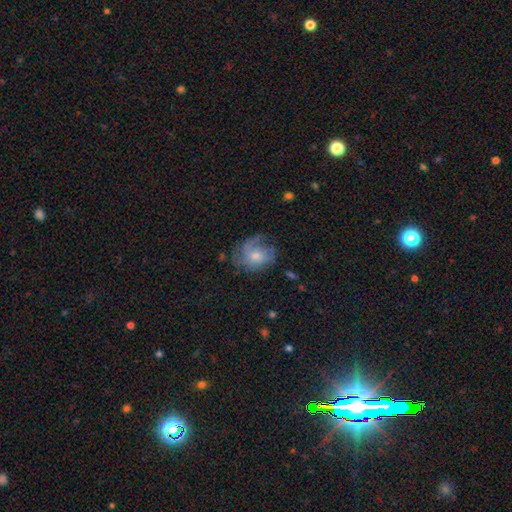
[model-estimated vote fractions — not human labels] featured or disk 48%, smooth 43%, star or artifact 9%. Down the decision tree: merging — none (48%).